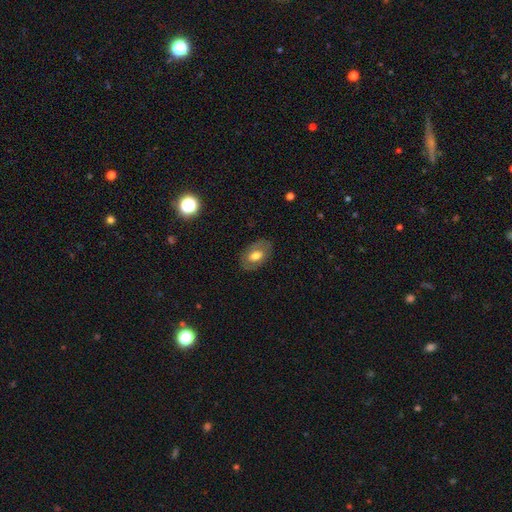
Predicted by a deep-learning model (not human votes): The model was most divided on "smooth or featured": smooth: 61%, featured or disk: 32%, star or artifact: 8%. More confident: how rounded — in between (87%); merging — none (80%).